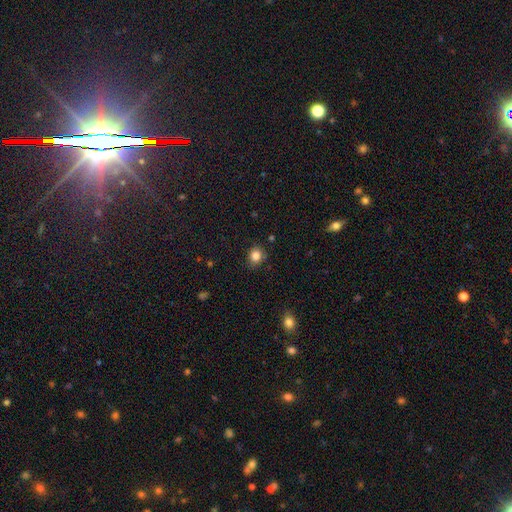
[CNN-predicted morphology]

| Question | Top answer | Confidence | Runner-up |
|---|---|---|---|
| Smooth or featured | smooth | 84% | star or artifact (11%) |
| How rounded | round | 72% | in between (27%) |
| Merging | none | 82% | minor disturbance (14%) |